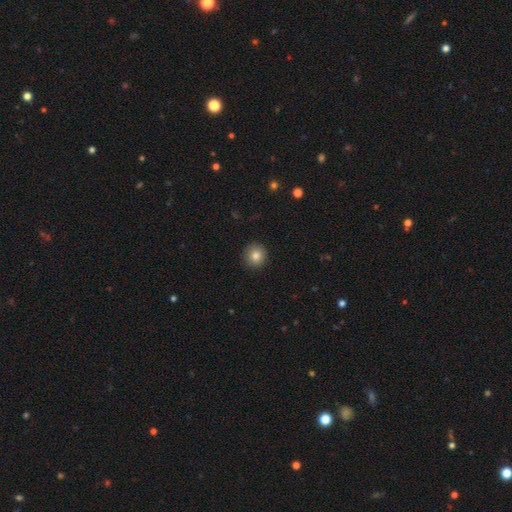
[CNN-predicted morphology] smooth 83%, star or artifact 9%, featured or disk 7%. Down the decision tree: how rounded — round (93%); merging — none (90%).